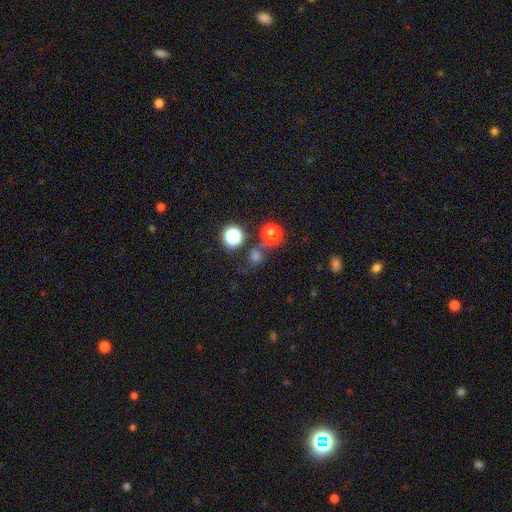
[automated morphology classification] Smooth or featured? smooth (56%)
How rounded? round (86%)
Merging? none (68%)